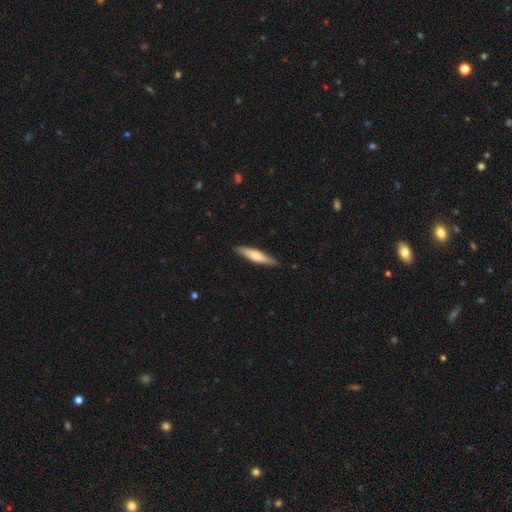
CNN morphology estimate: Smooth or featured? smooth (63%)
How rounded? cigar-shaped (84%)
Merging? none (89%)